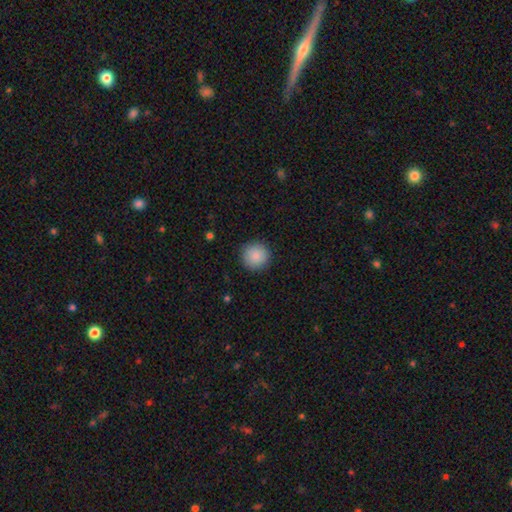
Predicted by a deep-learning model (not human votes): Overall: smooth (88%). How rounded: round (96%). Merging: none (92%).